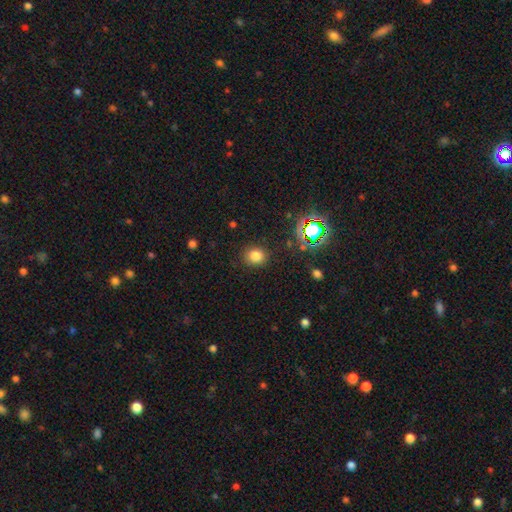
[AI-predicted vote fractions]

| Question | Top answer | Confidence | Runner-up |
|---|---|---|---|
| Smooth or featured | smooth | 78% | star or artifact (16%) |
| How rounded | round | 75% | in between (24%) |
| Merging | none | 87% | minor disturbance (9%) |